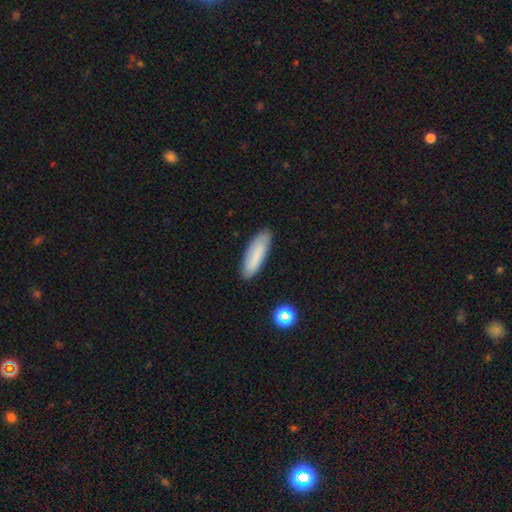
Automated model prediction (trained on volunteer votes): Smooth or featured? smooth (79%)
How rounded? cigar-shaped (52%)
Merging? none (83%)